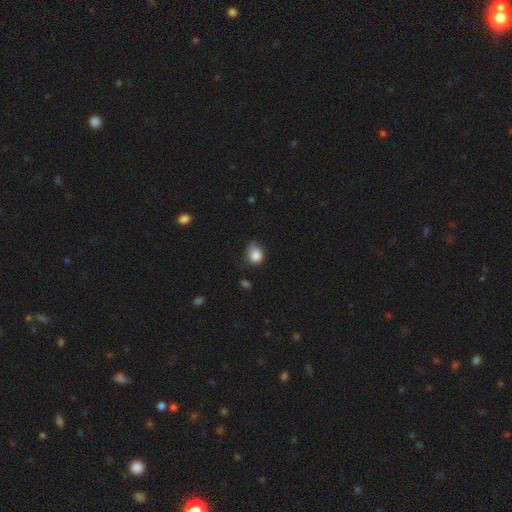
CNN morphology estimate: Smooth or featured? smooth (84%)
How rounded? round (57%)
Merging? none (46%)